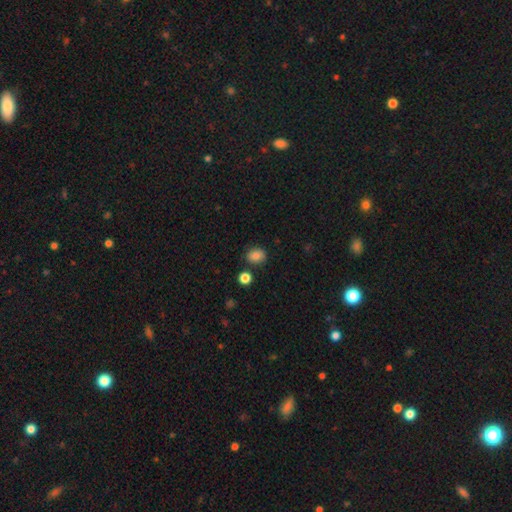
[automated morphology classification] This is clearly a smooth galaxy (84%). How rounded: possibly round (57%). Merging: clearly none (82%).